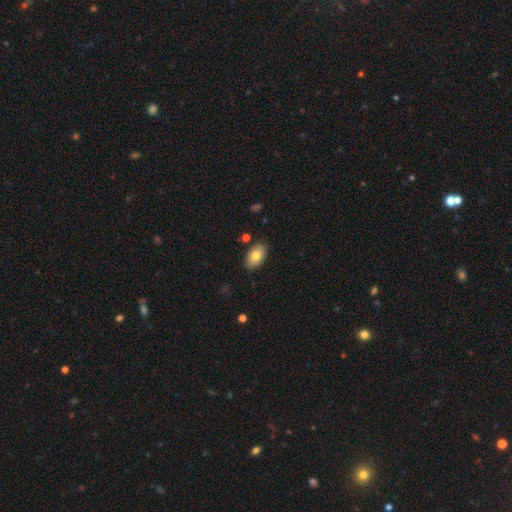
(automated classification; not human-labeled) Morphology: type=smooth (80%); roundness=in between (93%); merging=none (86%).